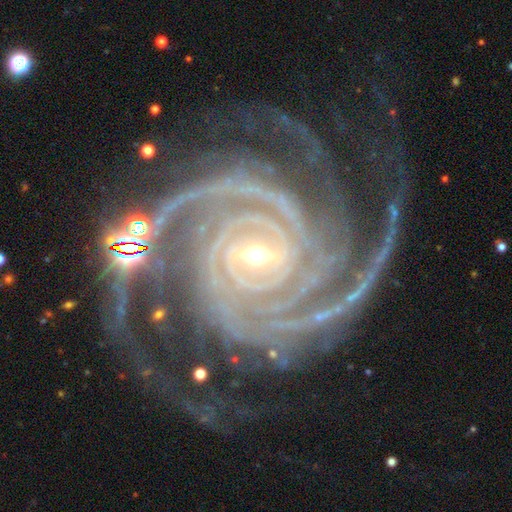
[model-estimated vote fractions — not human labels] Q: Smooth or featured?
A: featured or disk (93%); runner-up: star or artifact (5%)
Q: Edge-on disk?
A: no (98%); runner-up: yes (2%)
Q: Bar?
A: weak (40%); runner-up: strong (36%)
Q: Spiral arms?
A: yes (99%); runner-up: no (1%)
Q: Spiral winding?
A: tight (72%); runner-up: medium (22%)
Q: Spiral arm count?
A: 3 (22%); runner-up: 2 (21%)
Q: Bulge size?
A: small (57%); runner-up: moderate (39%)
Q: Merging?
A: none (58%); runner-up: major disturbance (19%)